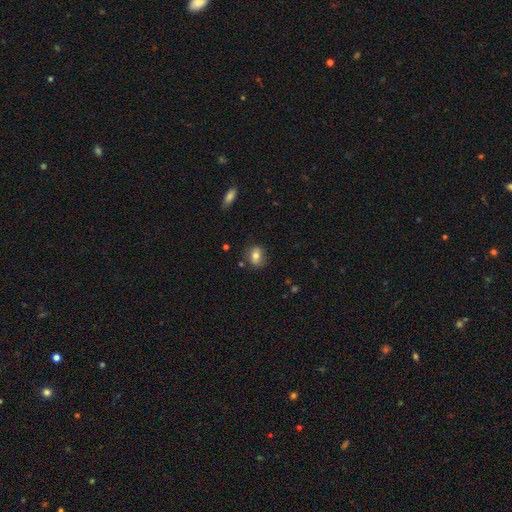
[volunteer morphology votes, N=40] type=smooth (70%); roundness=in between (61%); merging=none (84%).